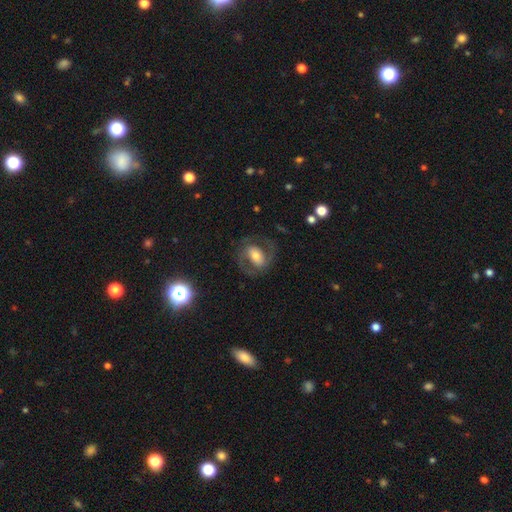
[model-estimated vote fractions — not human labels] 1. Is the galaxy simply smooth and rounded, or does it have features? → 68% featured or disk, 24% smooth, 8% star or artifact.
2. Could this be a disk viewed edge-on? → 96% no, 4% yes.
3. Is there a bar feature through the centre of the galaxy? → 36% strong, 35% weak, 29% no.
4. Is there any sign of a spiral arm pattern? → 79% yes, 21% no.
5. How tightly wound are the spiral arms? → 52% medium, 28% tight, 20% loose.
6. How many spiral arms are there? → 87% 2, 7% can't tell, 3% 1, 1% 3, 1% 4, 1% more than 4.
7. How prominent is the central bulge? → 55% moderate, 21% small, 19% large, 3% dominant, 2% none.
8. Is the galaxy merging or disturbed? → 72% none, 14% minor disturbance, 13% major disturbance, 1% merger.